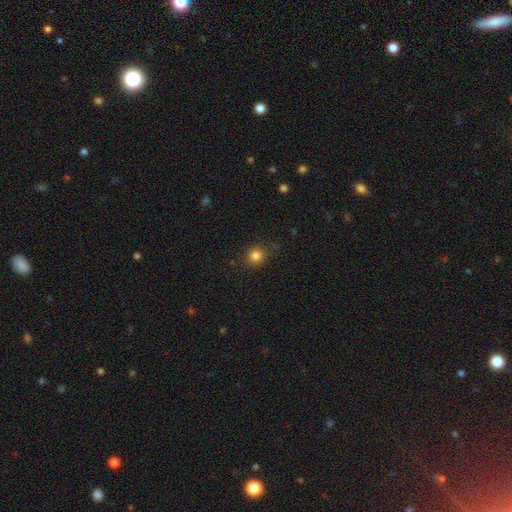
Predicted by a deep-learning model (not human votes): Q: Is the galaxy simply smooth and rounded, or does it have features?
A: smooth — 83%.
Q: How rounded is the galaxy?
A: round — 89%.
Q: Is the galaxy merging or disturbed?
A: none — 87%.